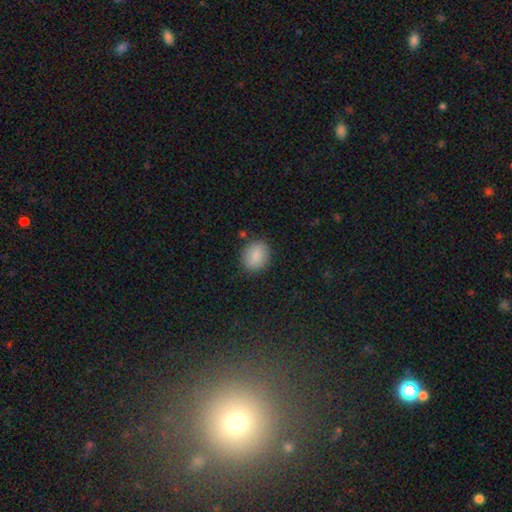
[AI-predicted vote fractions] Q: Smooth or featured?
A: smooth (86%); runner-up: star or artifact (8%)
Q: How rounded?
A: round (55%); runner-up: in between (43%)
Q: Merging?
A: none (83%); runner-up: minor disturbance (12%)